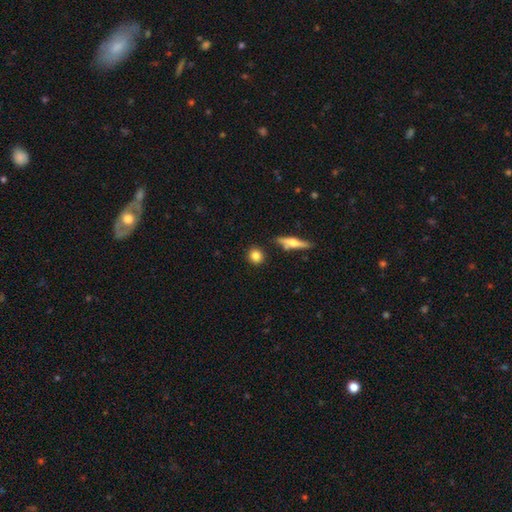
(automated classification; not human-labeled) smooth_or_featured: smooth (p=0.81) [alt: featured or disk p=0.10]
how_rounded: round (p=0.83) [alt: in between p=0.14]
merging: none (p=0.86) [alt: minor disturbance p=0.08]